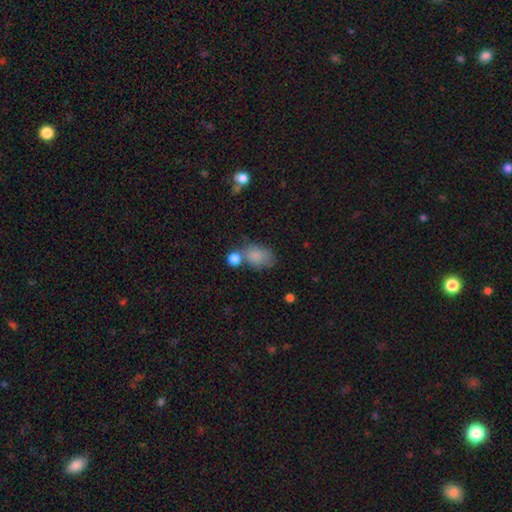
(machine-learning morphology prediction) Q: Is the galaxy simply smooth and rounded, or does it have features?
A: smooth — 82%.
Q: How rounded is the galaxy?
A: in between — 79%.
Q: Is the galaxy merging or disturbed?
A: none — 46%.